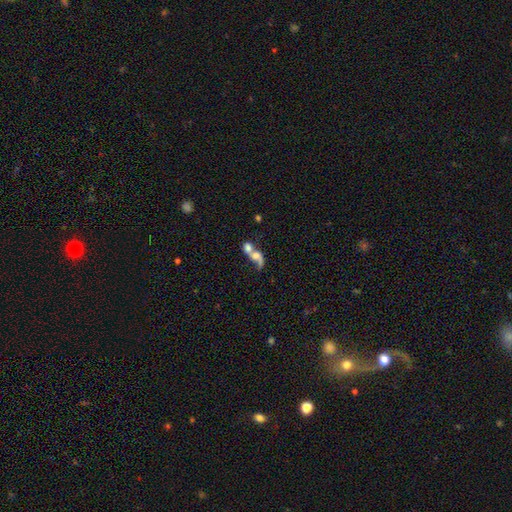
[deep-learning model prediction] Smooth or featured? Predicted: smooth (p=0.51). How rounded? Predicted: in between (p=0.55). Merging? Predicted: merger (p=0.72).